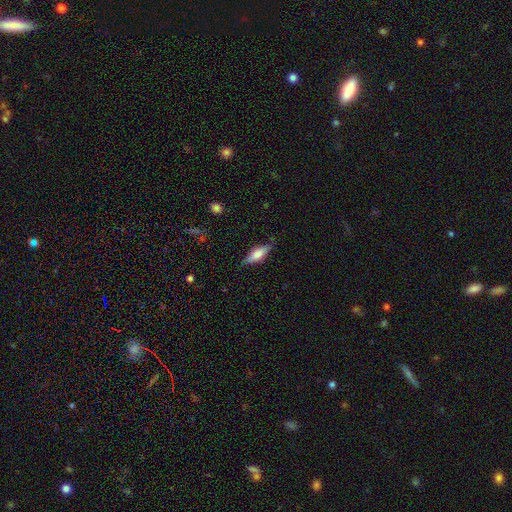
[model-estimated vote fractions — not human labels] Smooth or featured? smooth (56%)
How rounded? in between (53%)
Merging? none (80%)